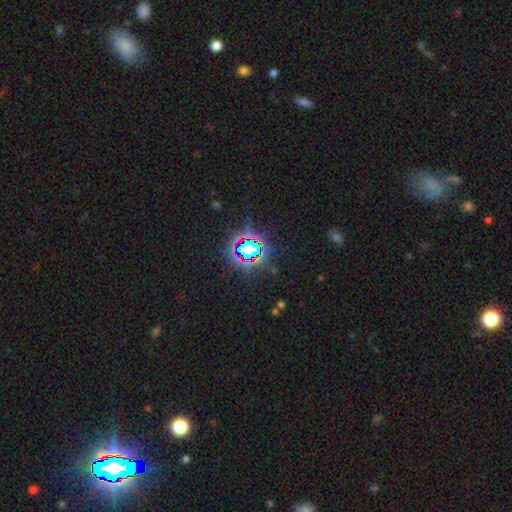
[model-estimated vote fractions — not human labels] smooth_or_featured: star or artifact (p=0.80) [alt: smooth p=0.13]